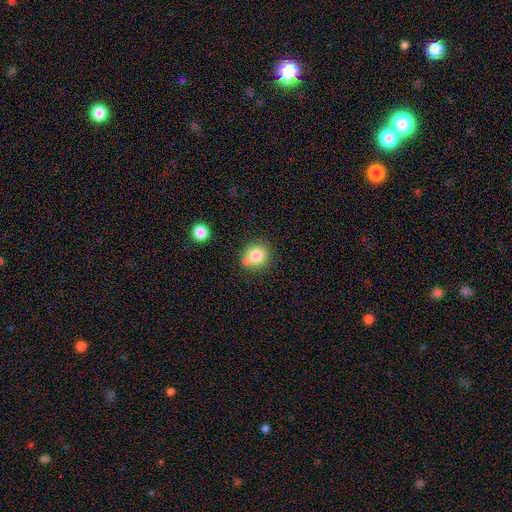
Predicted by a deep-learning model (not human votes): Smooth or featured? Predicted: smooth (p=0.82). How rounded? Predicted: round (p=0.76). Merging? Predicted: none (p=0.63).